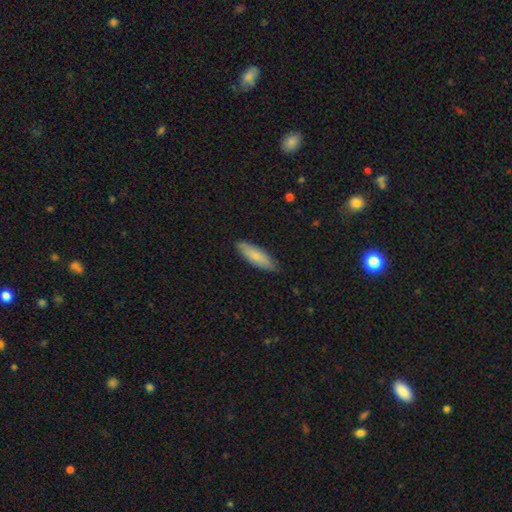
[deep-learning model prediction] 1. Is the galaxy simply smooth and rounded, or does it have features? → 78% smooth, 16% featured or disk, 5% star or artifact.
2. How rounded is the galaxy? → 49% in between (tied), 49% cigar-shaped (tied), 2% round.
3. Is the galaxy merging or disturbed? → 82% none, 15% minor disturbance, 2% major disturbance, 1% merger.